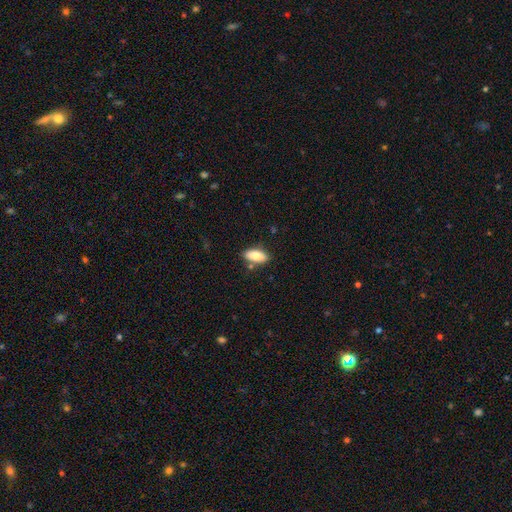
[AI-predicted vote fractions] Overall: smooth (81%). How rounded: in between (86%). Merging: none (80%).